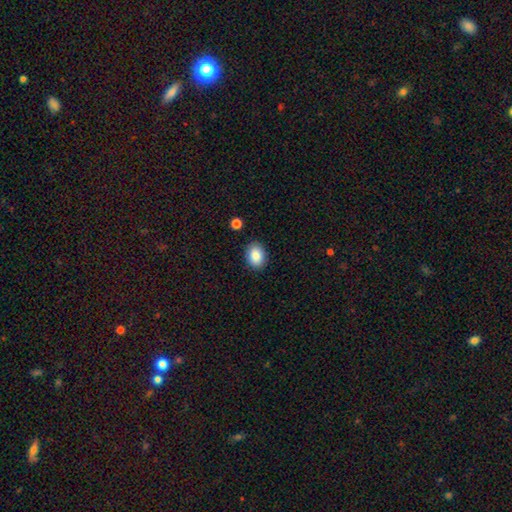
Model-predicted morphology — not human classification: type=smooth (87%); roundness=in between (70%); merging=none (88%).